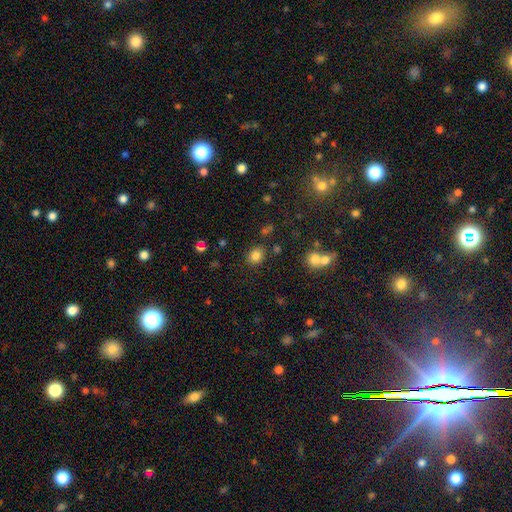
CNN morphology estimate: smooth 81%, star or artifact 13%, featured or disk 5%. Down the decision tree: how rounded — round (64%); merging — none (80%).